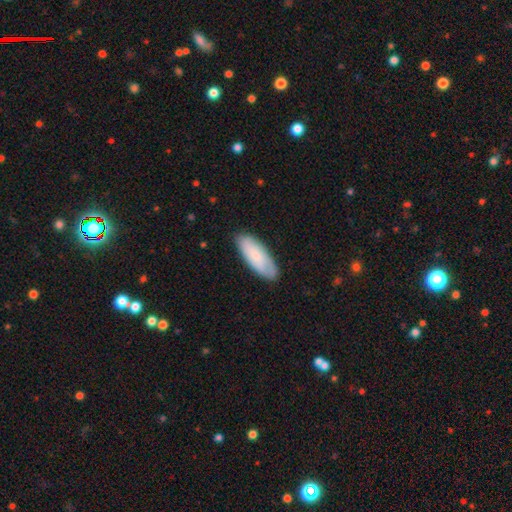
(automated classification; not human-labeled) A smooth galaxy with no disk features (76%) that is in between round and cigar-shaped (73%). Merging: none (84%).